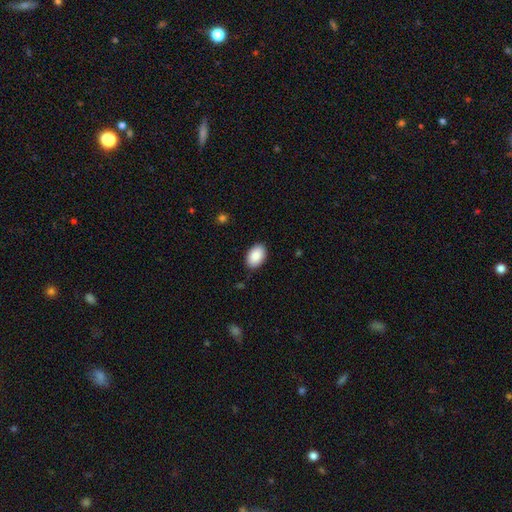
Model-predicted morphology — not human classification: Smooth or featured: smooth — 90% (star or artifact — 6%)
How rounded: in between — 93% (round — 6%)
Merging: none — 88% (minor disturbance — 9%)